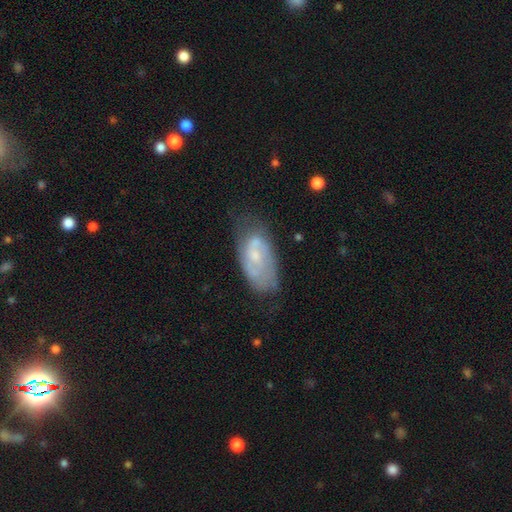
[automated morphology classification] type=featured or disk (63%); edge-on=no (94%); bar=no (56%); spiral arms=yes (73%); bulge=small (59%); merging=none (58%).